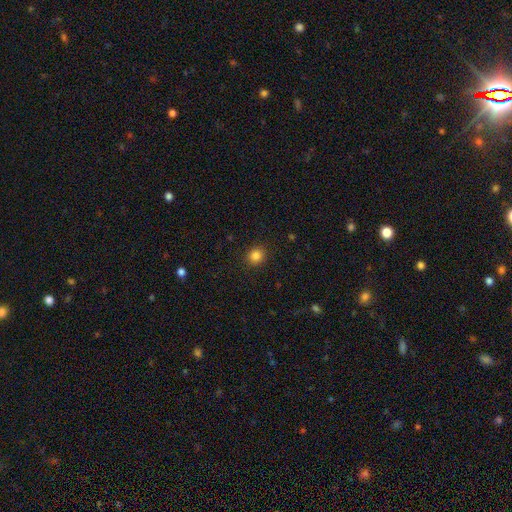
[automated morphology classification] A smooth galaxy with no disk features (84%) that is round (88%).

Vote fractions:
- Smooth or featured? smooth: 84% / star or artifact: 12% / featured or disk: 4%
- How rounded? round: 88% / in between: 11% / cigar-shaped: 1%
- Merging? none: 91% / minor disturbance: 6% / major disturbance: 2% / merger: 1%